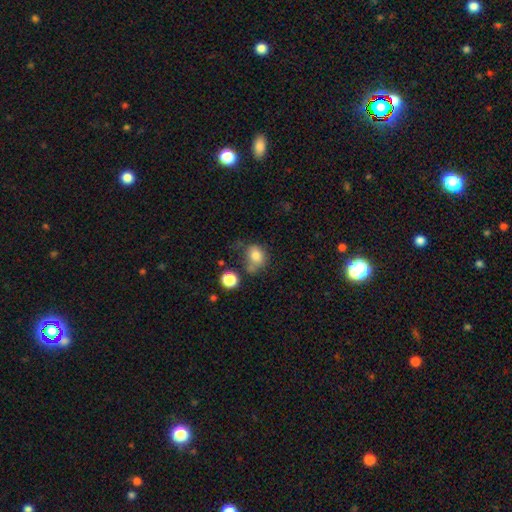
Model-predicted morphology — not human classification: A smooth galaxy with no disk features (80%) that is round (59%). Merging: none (48%).